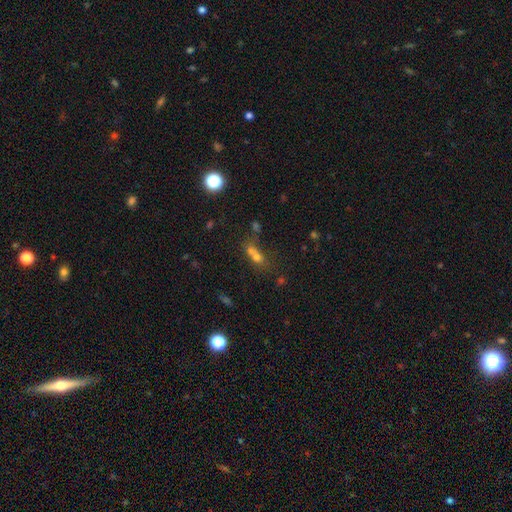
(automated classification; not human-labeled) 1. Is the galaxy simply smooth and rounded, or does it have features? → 55% smooth, 27% star or artifact, 18% featured or disk.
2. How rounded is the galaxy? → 55% round, 39% in between, 6% cigar-shaped.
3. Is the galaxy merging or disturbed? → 53% merger, 33% none, 8% minor disturbance, 6% major disturbance.